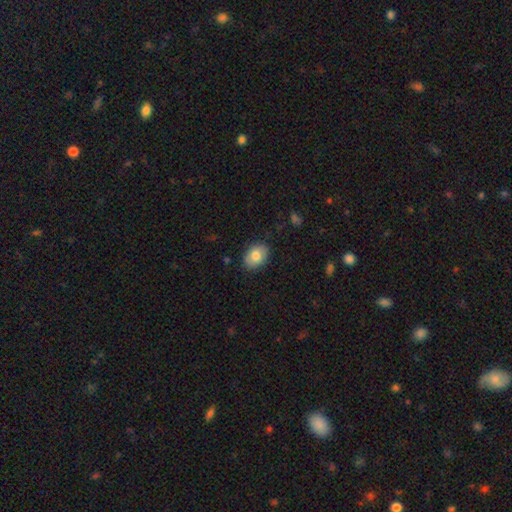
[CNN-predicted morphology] Smooth or featured? smooth (79%)
How rounded? in between (71%)
Merging? none (86%)